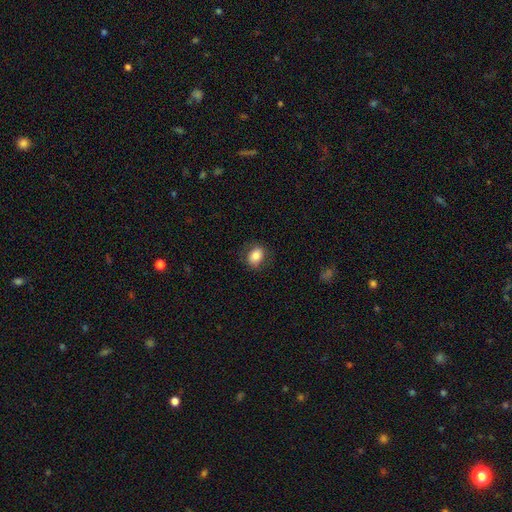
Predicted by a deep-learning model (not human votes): A smooth galaxy with no disk features (82%) that is in between round and cigar-shaped (62%).

Vote fractions:
- Smooth or featured? smooth: 82% / featured or disk: 9% / star or artifact: 9%
- How rounded? in between: 62% / round: 37% / cigar-shaped: 1%
- Merging? none: 81% / minor disturbance: 14% / major disturbance: 5% / merger: 1%